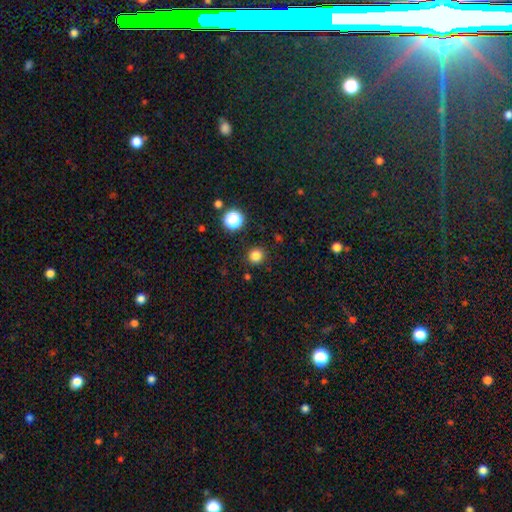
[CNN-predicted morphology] type=smooth (82%); roundness=round (91%); merging=none (90%).